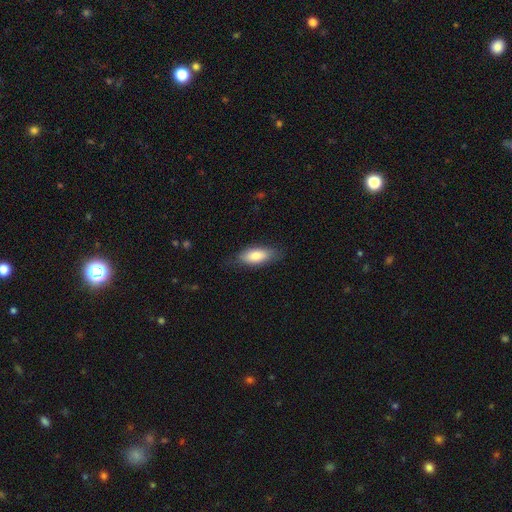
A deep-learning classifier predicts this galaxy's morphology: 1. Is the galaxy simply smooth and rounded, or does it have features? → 82% smooth, 12% featured or disk, 6% star or artifact.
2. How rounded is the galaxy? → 79% in between, 19% cigar-shaped, 2% round.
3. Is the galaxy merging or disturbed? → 79% none, 16% minor disturbance, 4% major disturbance, 1% merger.